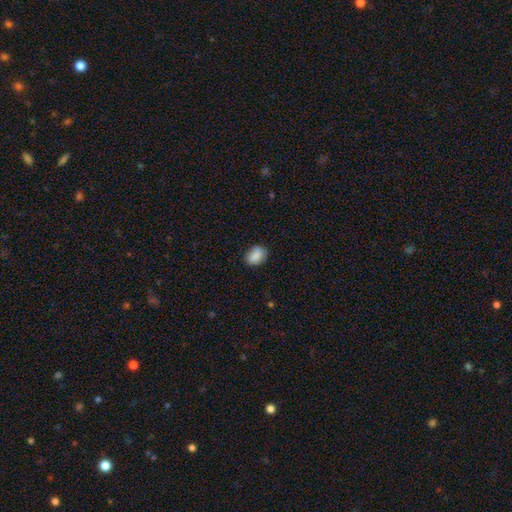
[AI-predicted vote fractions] smooth_or_featured: smooth (p=0.85) [alt: star or artifact p=0.08]
how_rounded: in between (p=0.69) [alt: round p=0.29]
merging: none (p=0.79) [alt: minor disturbance p=0.17]